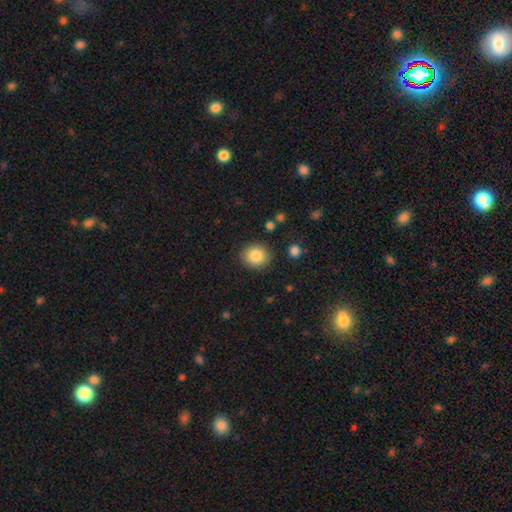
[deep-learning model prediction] smooth_or_featured: smooth (p=0.86) [alt: star or artifact p=0.09]
how_rounded: round (p=0.82) [alt: in between p=0.17]
merging: none (p=0.88) [alt: minor disturbance p=0.08]